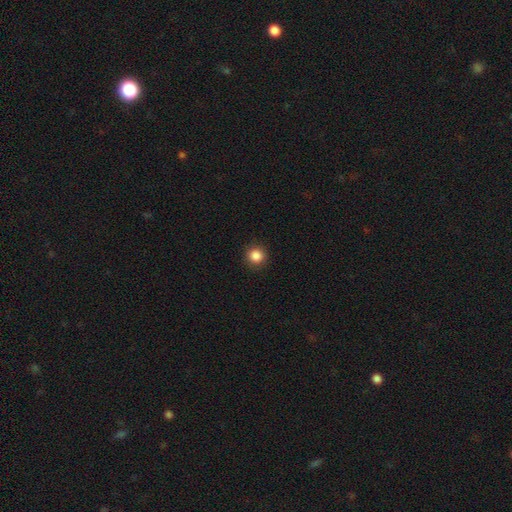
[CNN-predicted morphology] A smooth galaxy with no disk features (86%) that is round (93%). Merging: none (91%).